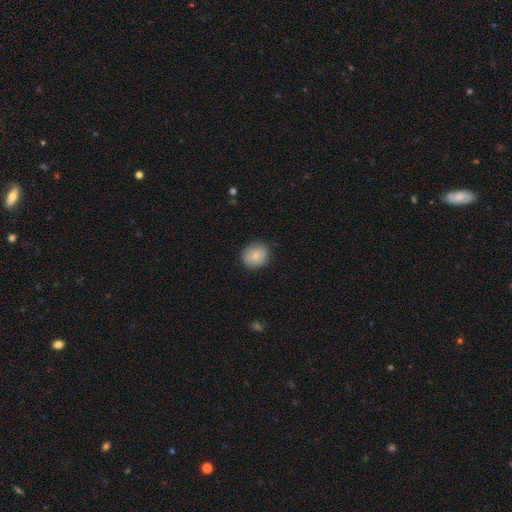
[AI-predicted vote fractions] Smooth or featured: smooth — 82% (featured or disk — 10%)
How rounded: round — 69% (in between — 30%)
Merging: none — 83% (minor disturbance — 13%)